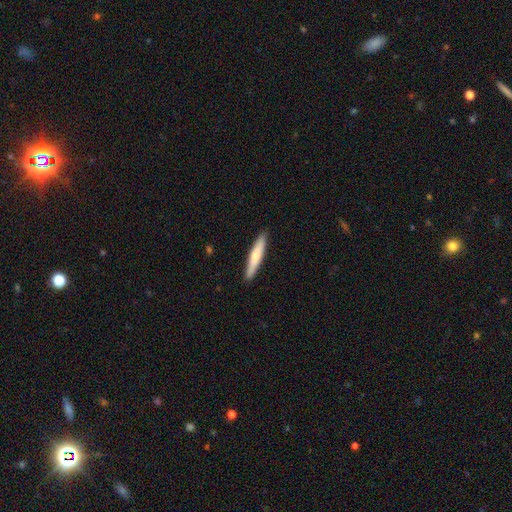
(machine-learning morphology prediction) Smooth or featured? Predicted: smooth (p=0.68). How rounded? Predicted: cigar-shaped (p=0.92). Merging? Predicted: none (p=0.90).